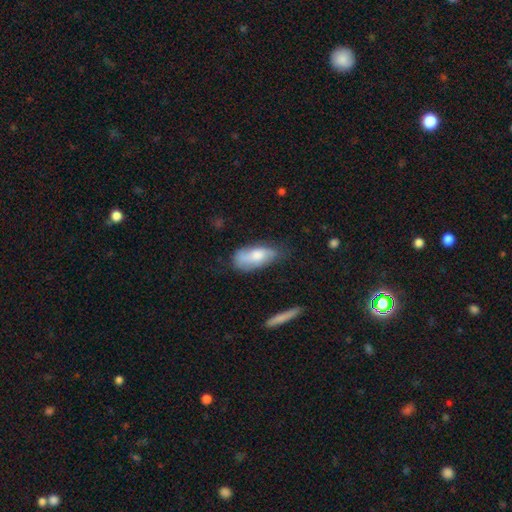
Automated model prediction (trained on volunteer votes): Smooth or featured: smooth — 65% (featured or disk — 29%)
How rounded: in between — 86% (cigar-shaped — 11%)
Merging: none — 52% (minor disturbance — 33%)